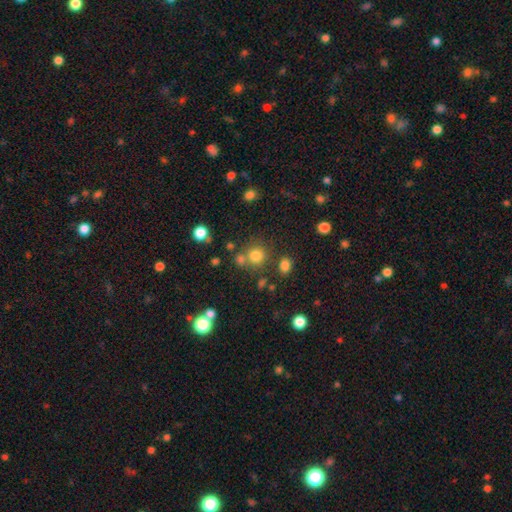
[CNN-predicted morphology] This appears to be a smooth galaxy with no disk features (76%) that is round (89%). Merging: none (68%).